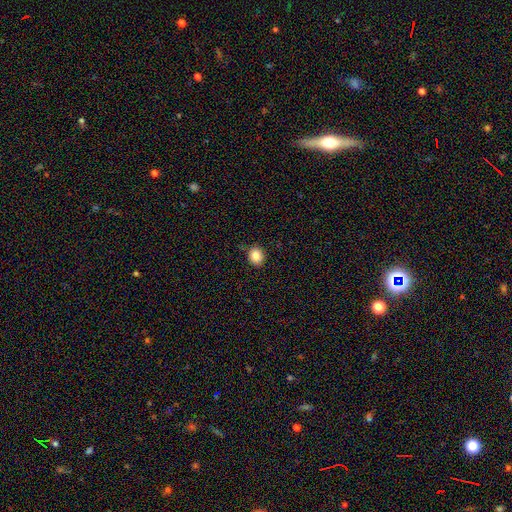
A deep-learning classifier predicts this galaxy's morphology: Q: Smooth or featured?
A: smooth (84%); runner-up: star or artifact (10%)
Q: How rounded?
A: round (71%); runner-up: in between (28%)
Q: Merging?
A: none (88%); runner-up: minor disturbance (9%)